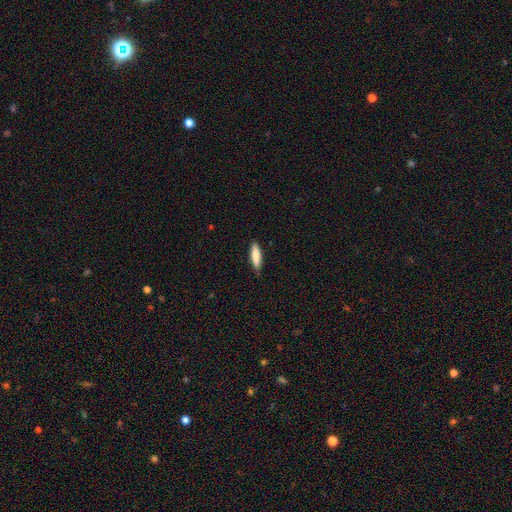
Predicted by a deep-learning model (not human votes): Smooth or featured? smooth (83%)
How rounded? cigar-shaped (73%)
Merging? none (85%)